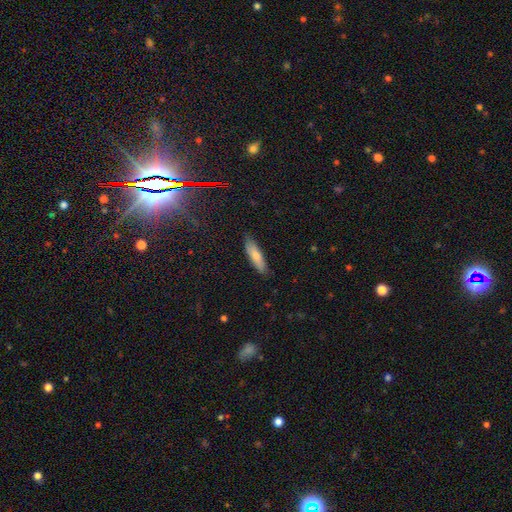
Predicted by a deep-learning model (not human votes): smooth 76%, featured or disk 18%, star or artifact 6%. Down the decision tree: how rounded — cigar-shaped (66%); merging — none (85%).